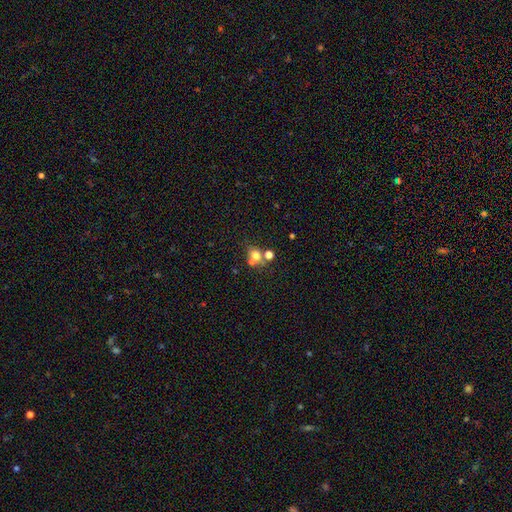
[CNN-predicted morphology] A smooth galaxy with no disk features (66%) that is round (71%).

Vote fractions:
- Smooth or featured? smooth: 66% / star or artifact: 20% / featured or disk: 15%
- How rounded? round: 71% / in between: 28% / cigar-shaped: 1%
- Merging? none: 49% / merger: 36% / minor disturbance: 10% / major disturbance: 6%